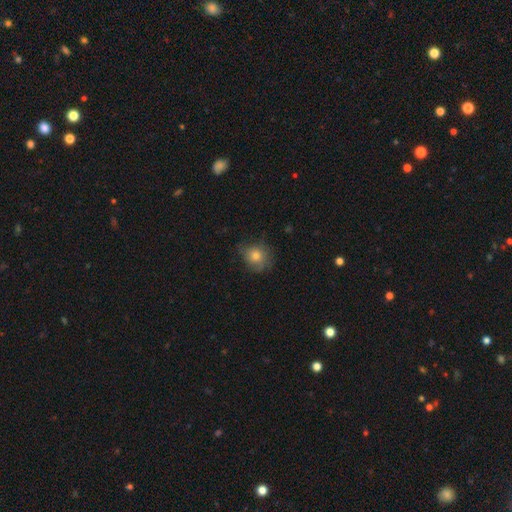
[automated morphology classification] smooth-or-featured: smooth: 72% | featured or disk: 17% | star or artifact: 11%
  how-rounded: round: 75% | in between: 24% | cigar-shaped: 1%
  merging: none: 66% | minor disturbance: 25% | major disturbance: 8% | merger: 1%